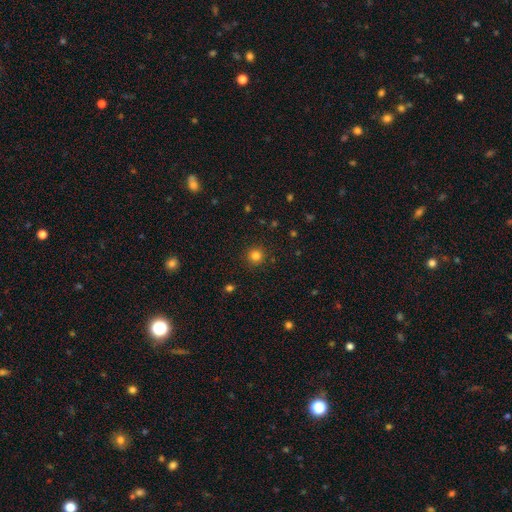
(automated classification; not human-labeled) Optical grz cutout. It shows a smooth galaxy with no disk features (82%) that is round (95%). Merging: none (91%).